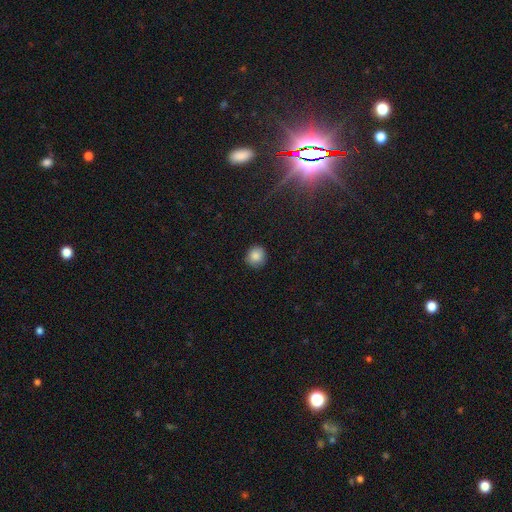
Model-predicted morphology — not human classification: smooth 85%, star or artifact 10%, featured or disk 5%. Down the decision tree: how rounded — round (91%); merging — none (87%).